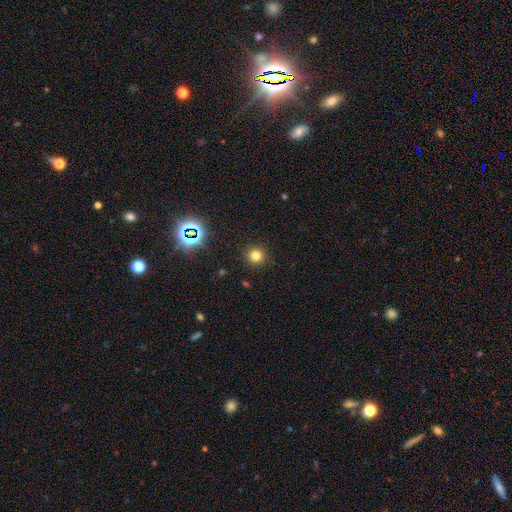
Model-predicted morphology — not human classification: smooth 75%, star or artifact 19%, featured or disk 6%. Down the decision tree: how rounded — round (94%); merging — none (90%).